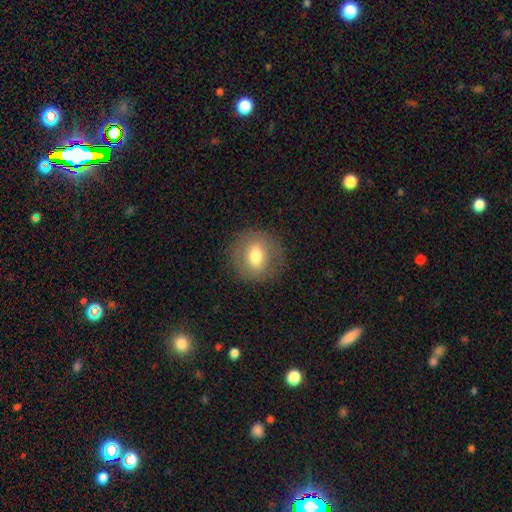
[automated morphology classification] A smooth galaxy with no disk features (65%) that is round (82%). Merging: none (85%).